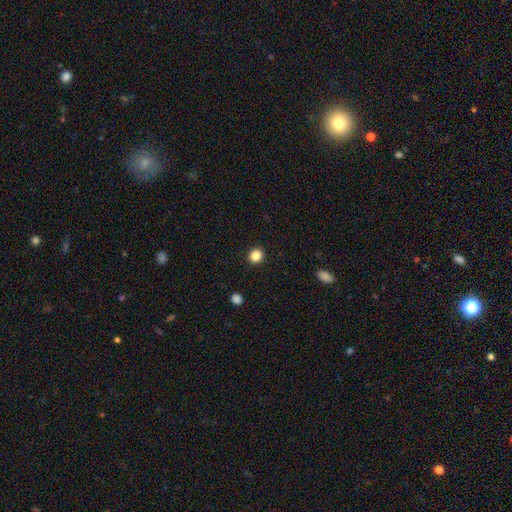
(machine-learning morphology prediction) This appears to be a smooth galaxy with no disk features (86%) that is round (88%). Merging: none (93%).